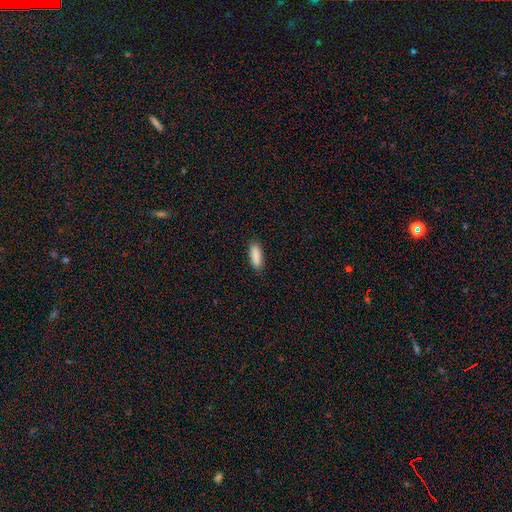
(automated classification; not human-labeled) This appears to be a smooth galaxy with no disk features (89%) that is in between round and cigar-shaped (57%). Merging: none (89%).